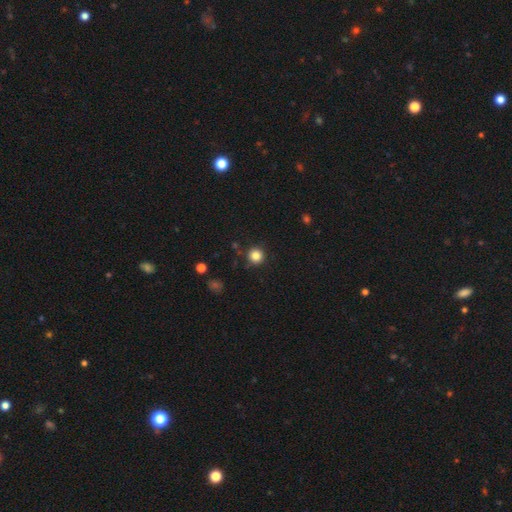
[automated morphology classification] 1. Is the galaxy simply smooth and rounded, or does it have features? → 83% smooth, 12% star or artifact, 5% featured or disk.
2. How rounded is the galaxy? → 95% round, 4% in between, 1% cigar-shaped.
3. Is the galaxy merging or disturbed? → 89% none, 7% minor disturbance, 2% merger, 2% major disturbance.